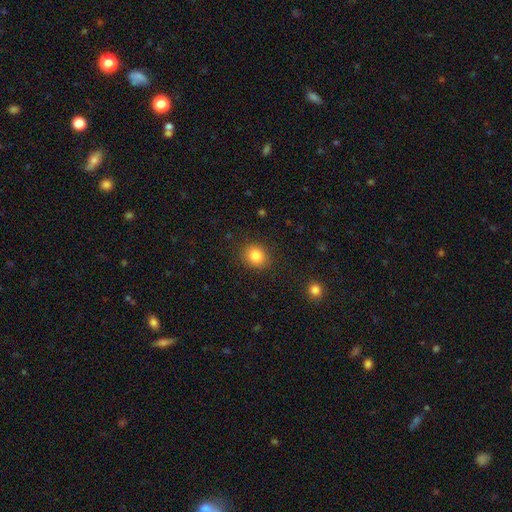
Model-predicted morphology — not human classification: type=smooth (83%); roundness=round (74%); merging=none (88%).